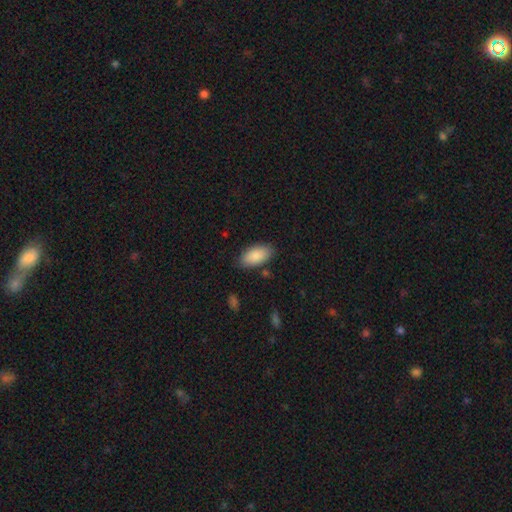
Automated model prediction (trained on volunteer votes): Overall: smooth (87%). How rounded: in between (94%). Merging: none (84%).